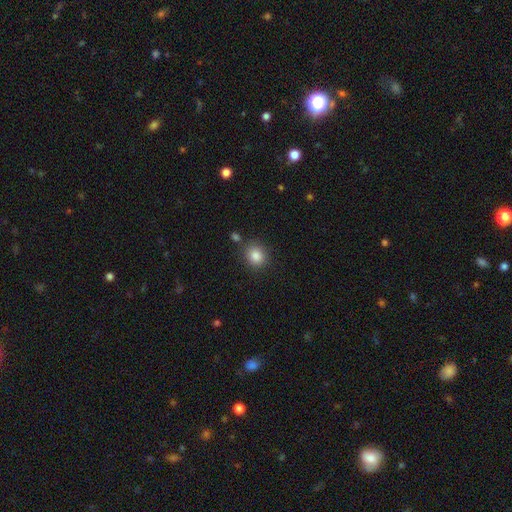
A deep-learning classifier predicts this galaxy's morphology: The model was most divided on "how rounded": round: 77%, in between: 22%, cigar-shaped: 1%. More confident: smooth or featured — smooth (85%); merging — none (81%).